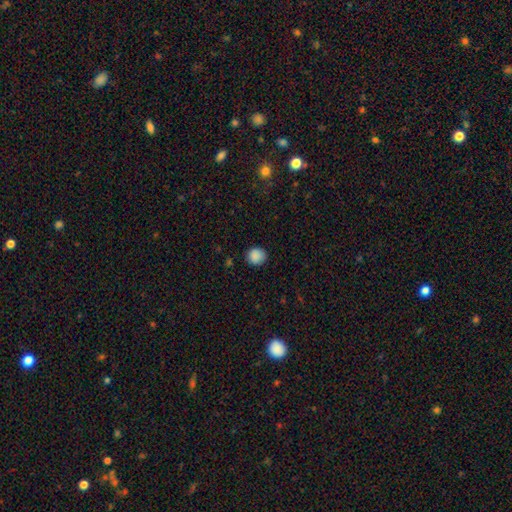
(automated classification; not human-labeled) Smooth or featured? smooth (88%)
How rounded? round (89%)
Merging? none (87%)